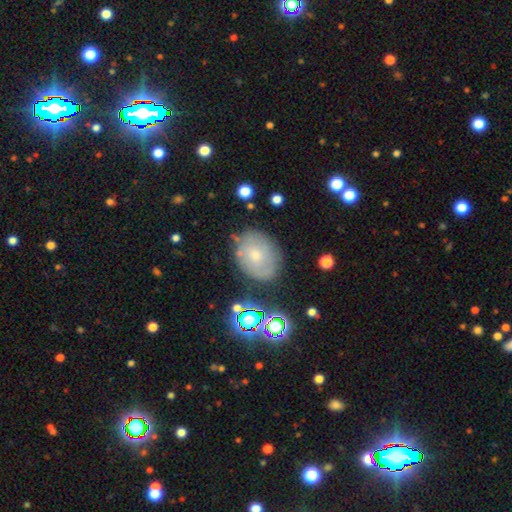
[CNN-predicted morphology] Q: Smooth or featured?
A: smooth (55%); runner-up: featured or disk (32%)
Q: How rounded?
A: in between (58%); runner-up: round (41%)
Q: Merging?
A: none (72%); runner-up: minor disturbance (18%)